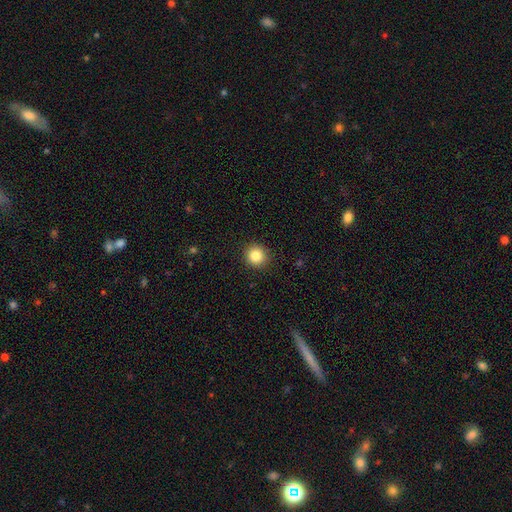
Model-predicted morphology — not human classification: A smooth galaxy with no disk features (84%) that is round (92%). Merging: none (91%).